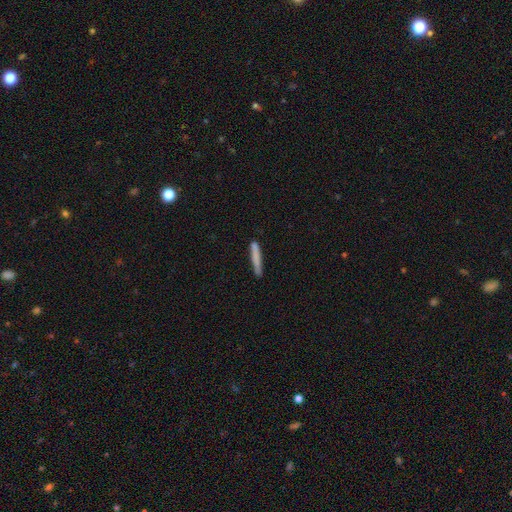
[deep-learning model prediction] smooth_or_featured: smooth (p=0.78) [alt: featured or disk p=0.16]
how_rounded: cigar-shaped (p=0.95) [alt: in between p=0.04]
merging: none (p=0.81) [alt: minor disturbance p=0.14]